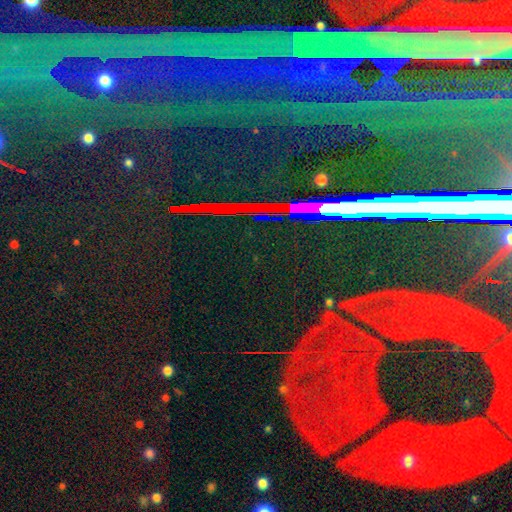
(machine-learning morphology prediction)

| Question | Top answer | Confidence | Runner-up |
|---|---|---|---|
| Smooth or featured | star or artifact | 79% | featured or disk (12%) |